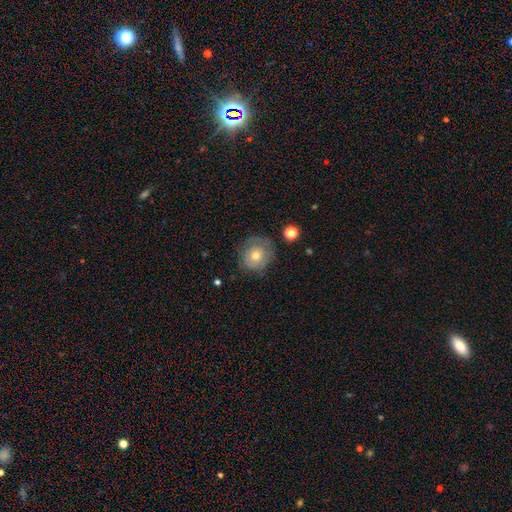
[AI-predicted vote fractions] A smooth galaxy with no disk features (50%) that is round (83%).

Vote fractions:
- Smooth or featured? smooth: 50% / featured or disk: 40% / star or artifact: 10%
- How rounded? round: 83% / in between: 16% / cigar-shaped: 1%
- Merging? none: 71% / minor disturbance: 19% / major disturbance: 7% / merger: 2%